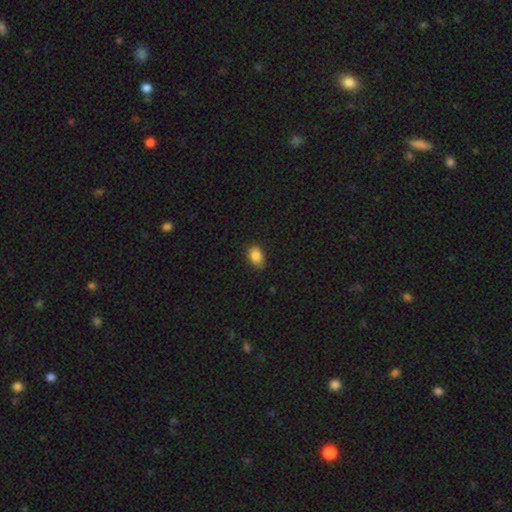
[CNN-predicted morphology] type=smooth (86%); roundness=in between (77%); merging=none (76%).